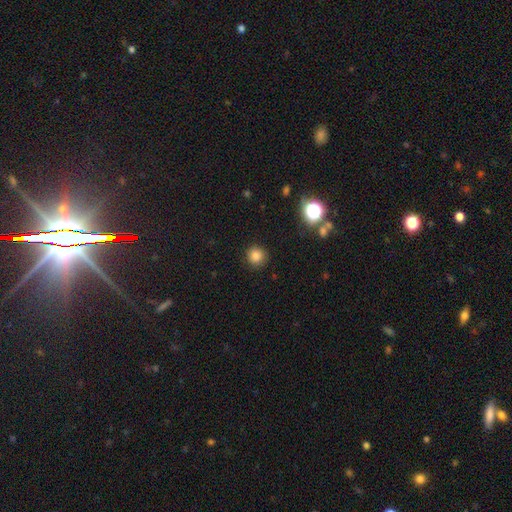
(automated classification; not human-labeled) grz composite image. It shows a smooth galaxy with no disk features (82%) that is round (93%). Merging: none (89%).